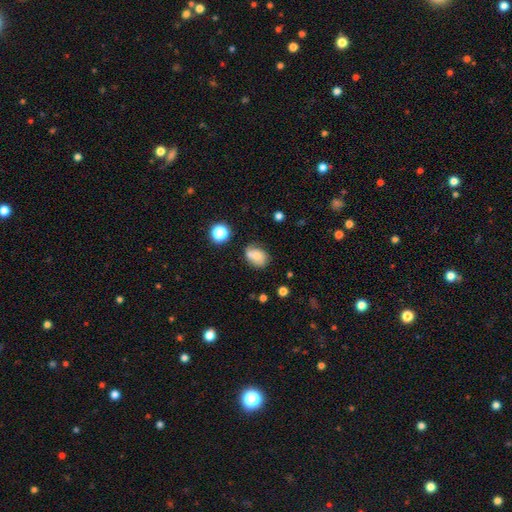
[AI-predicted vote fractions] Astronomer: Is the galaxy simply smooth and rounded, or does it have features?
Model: smooth — 63%.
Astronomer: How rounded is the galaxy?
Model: in between — 71%.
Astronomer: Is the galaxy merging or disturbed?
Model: none — 52%.